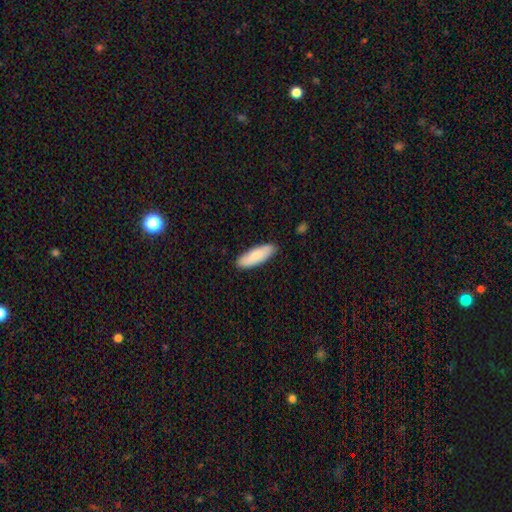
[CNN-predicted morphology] Smooth or featured? smooth (83%)
How rounded? in between (54%)
Merging? none (86%)